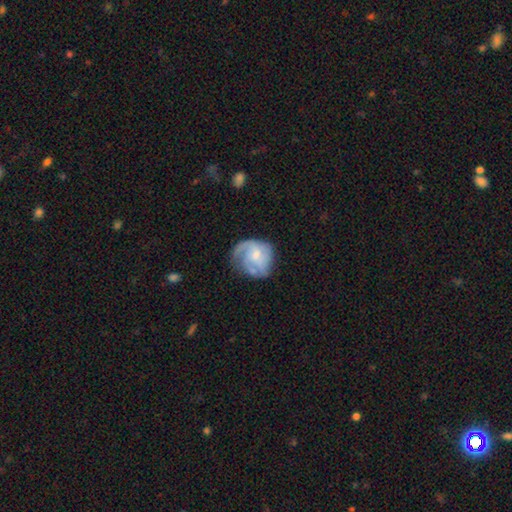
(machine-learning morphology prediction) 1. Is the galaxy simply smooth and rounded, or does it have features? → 66% featured or disk, 28% smooth, 6% star or artifact.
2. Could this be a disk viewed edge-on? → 98% no, 2% yes.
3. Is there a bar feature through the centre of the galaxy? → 65% no, 31% weak, 4% strong.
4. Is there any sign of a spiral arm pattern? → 84% yes, 16% no.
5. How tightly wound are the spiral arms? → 40% medium, 38% tight, 22% loose.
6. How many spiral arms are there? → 30% can't tell, 24% 3, 23% 2, 14% 1, 6% 4, 4% more than 4.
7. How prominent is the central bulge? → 46% small, 40% moderate, 10% none, 3% large, 1% dominant.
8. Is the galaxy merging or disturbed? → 54% none, 26% minor disturbance, 18% major disturbance, 2% merger.